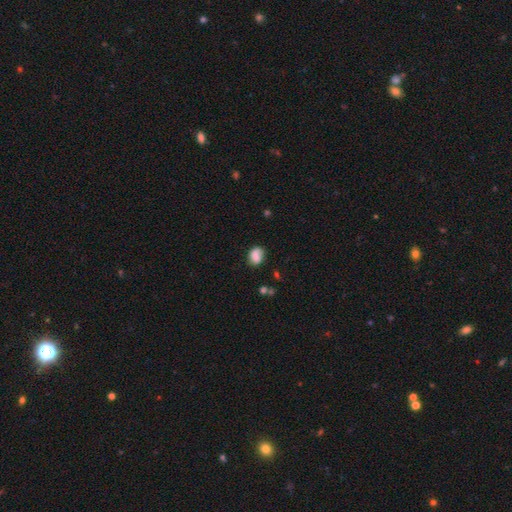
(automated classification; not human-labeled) smooth_or_featured: smooth (p=0.76) [alt: featured or disk p=0.15]
how_rounded: in between (p=0.60) [alt: round p=0.39]
merging: none (p=0.62) [alt: minor disturbance p=0.25]